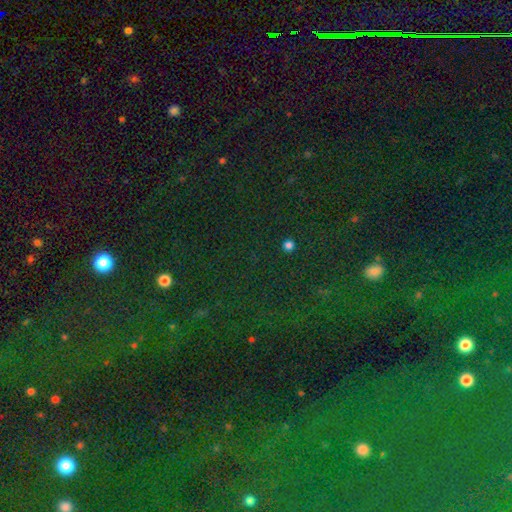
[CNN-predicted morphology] star or artifact 82%, smooth 10%, featured or disk 8%.